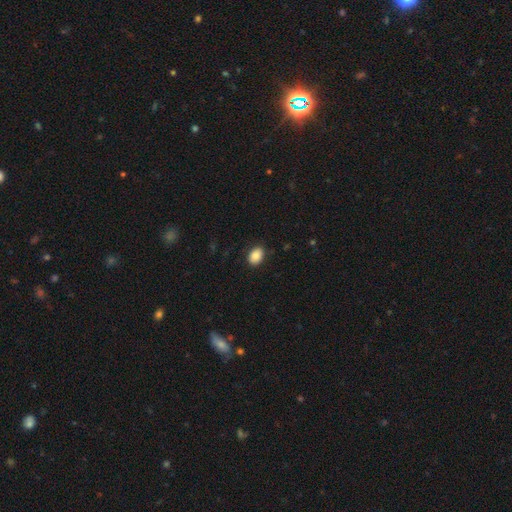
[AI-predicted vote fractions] Overall: smooth (87%). How rounded: in between (78%). Merging: none (87%).